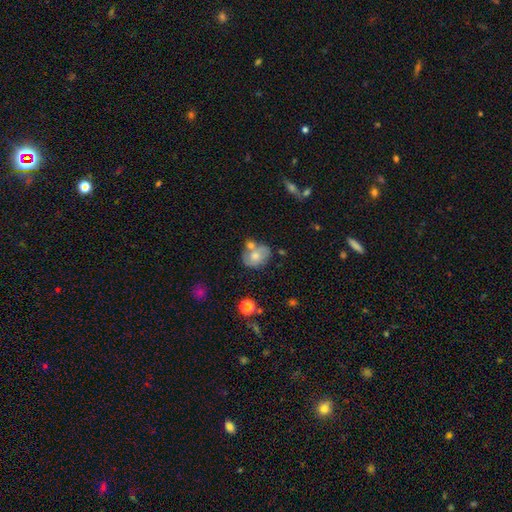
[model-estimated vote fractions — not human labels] Q: Smooth or featured?
A: smooth (61%); runner-up: featured or disk (31%)
Q: How rounded?
A: in between (51%); runner-up: round (48%)
Q: Merging?
A: none (45%); runner-up: merger (27%)